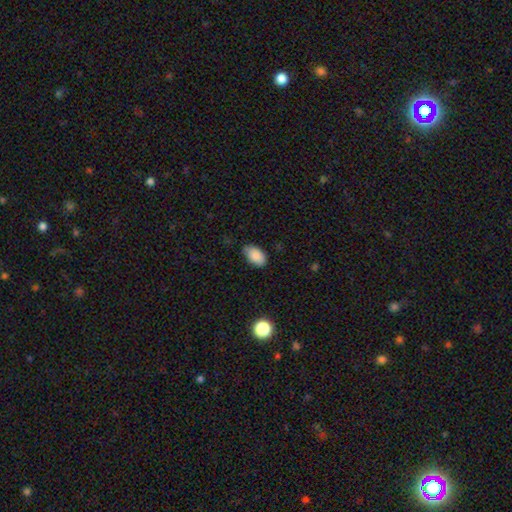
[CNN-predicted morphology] smooth-or-featured: smooth: 87% | star or artifact: 8% | featured or disk: 5%
  how-rounded: in between: 92% | round: 6% | cigar-shaped: 1%
  merging: none: 73% | minor disturbance: 22% | major disturbance: 3% | merger: 1%